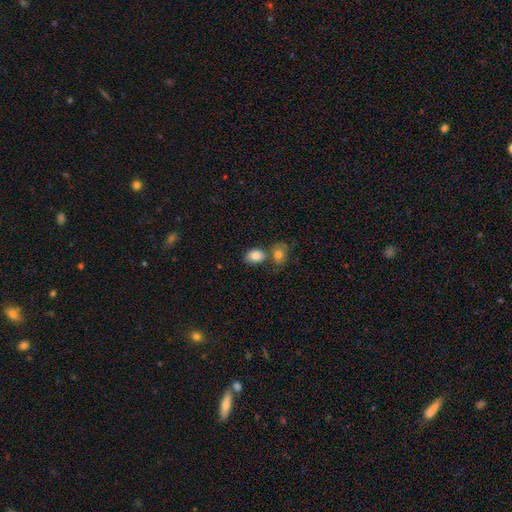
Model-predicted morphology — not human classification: Q: Smooth or featured?
A: smooth (84%); runner-up: star or artifact (8%)
Q: How rounded?
A: in between (78%); runner-up: round (21%)
Q: Merging?
A: none (51%); runner-up: merger (33%)